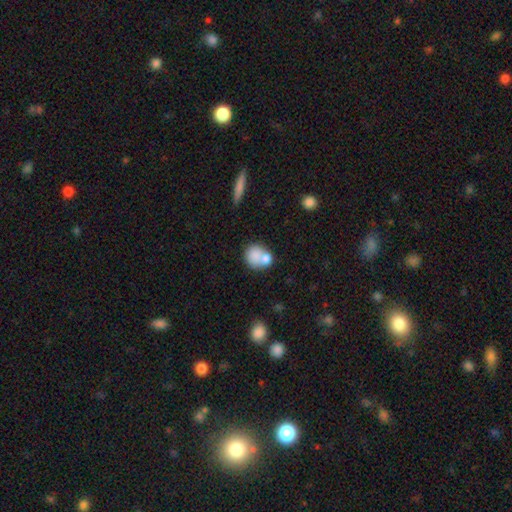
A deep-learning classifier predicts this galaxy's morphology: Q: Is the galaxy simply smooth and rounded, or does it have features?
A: smooth — 78%.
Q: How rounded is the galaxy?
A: round — 73%.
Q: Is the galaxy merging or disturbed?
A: none — 42%, tied with merger.